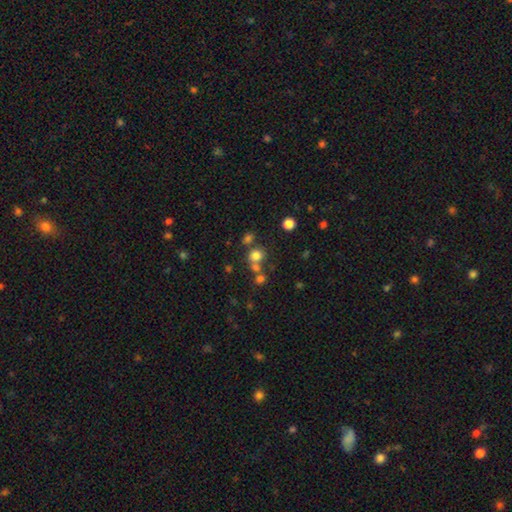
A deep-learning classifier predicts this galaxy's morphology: smooth-or-featured: smooth: 72% | star or artifact: 18% | featured or disk: 10%
  how-rounded: round: 83% | in between: 16% | cigar-shaped: 1%
  merging: none: 57% | merger: 30% | minor disturbance: 9% | major disturbance: 5%